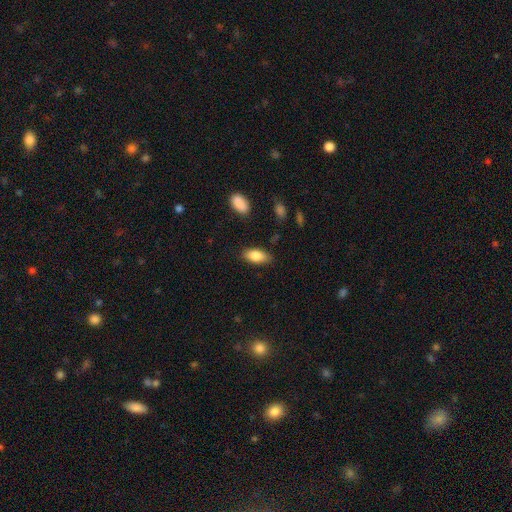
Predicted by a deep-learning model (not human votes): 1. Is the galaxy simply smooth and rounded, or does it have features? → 84% smooth, 9% featured or disk, 7% star or artifact.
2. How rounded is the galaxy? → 89% in between, 9% cigar-shaped, 3% round.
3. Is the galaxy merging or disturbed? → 82% none, 13% minor disturbance, 3% major disturbance, 2% merger.